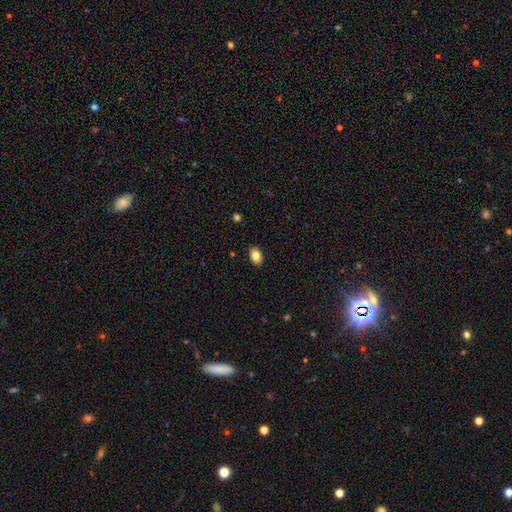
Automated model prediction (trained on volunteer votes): Smooth or featured: smooth — 85% (star or artifact — 9%)
How rounded: in between — 82% (round — 16%)
Merging: none — 89% (minor disturbance — 9%)